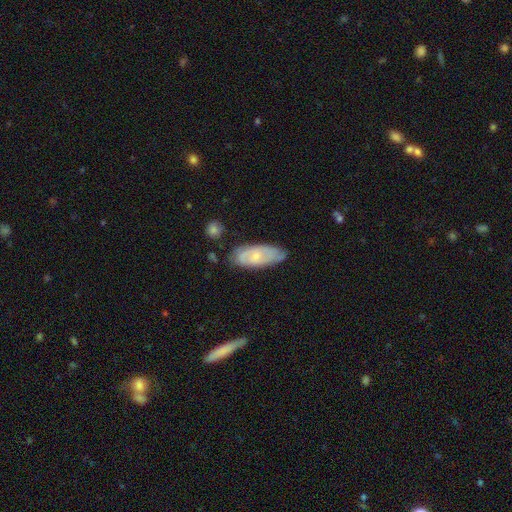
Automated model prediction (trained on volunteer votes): This appears to be a featured or disk galaxy (49%). Merging: none (73%).